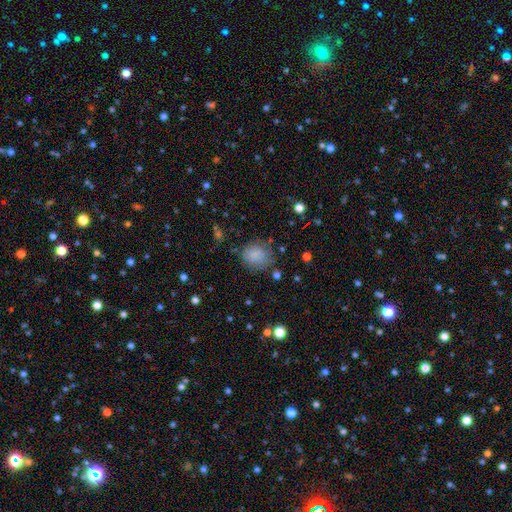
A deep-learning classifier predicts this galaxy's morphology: This is clearly a smooth galaxy (81%). How rounded: likely round (76%). Merging: likely none (72%).